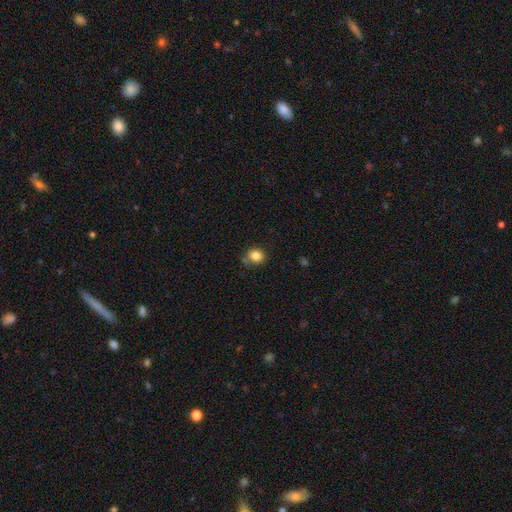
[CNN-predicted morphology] Smooth or featured: smooth — 83% (star or artifact — 11%)
How rounded: round — 71% (in between — 28%)
Merging: none — 68% (minor disturbance — 21%)